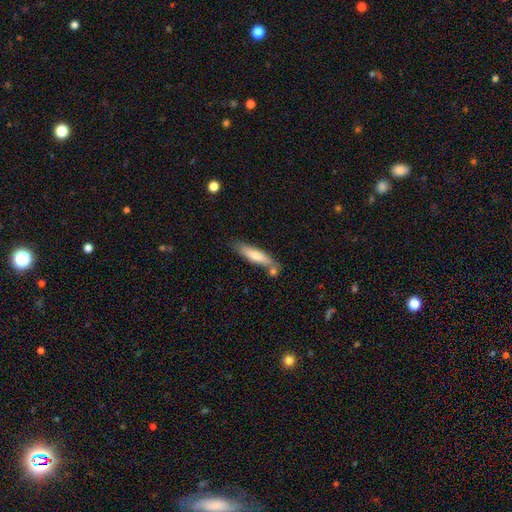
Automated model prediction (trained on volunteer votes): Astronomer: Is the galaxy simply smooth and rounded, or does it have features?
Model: smooth — 69%.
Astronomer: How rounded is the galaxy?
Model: cigar-shaped — 79%.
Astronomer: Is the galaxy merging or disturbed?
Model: none — 66%.